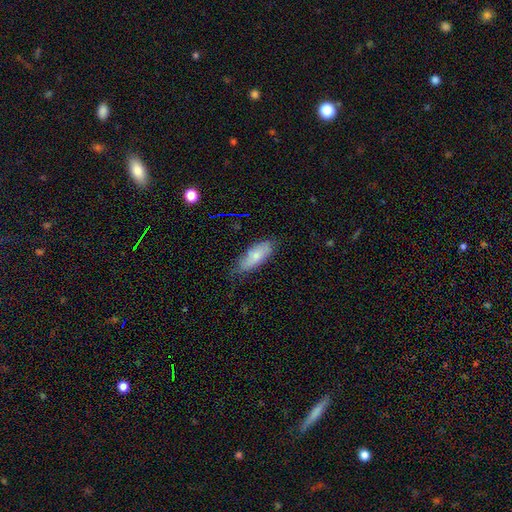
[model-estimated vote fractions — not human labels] A smooth galaxy with no disk features (71%) that is in between round and cigar-shaped (73%). Merging: none (69%).